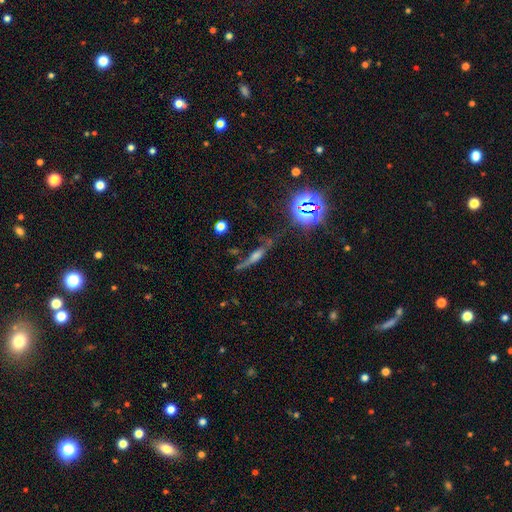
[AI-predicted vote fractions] This is marginally a featured or disk galaxy (41%). Merging: possibly none (52%).